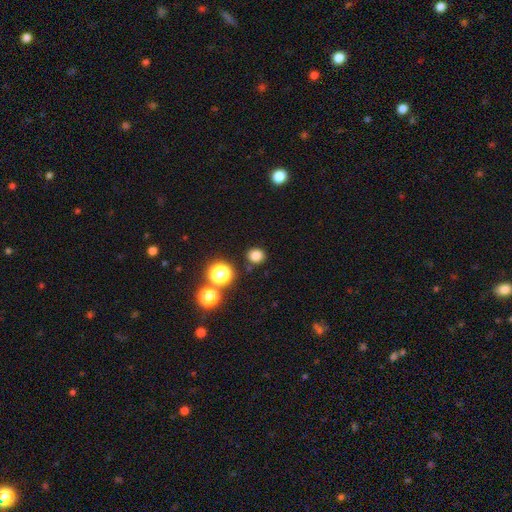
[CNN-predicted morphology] A smooth galaxy with no disk features (80%) that is round (82%). Merging: none (87%).